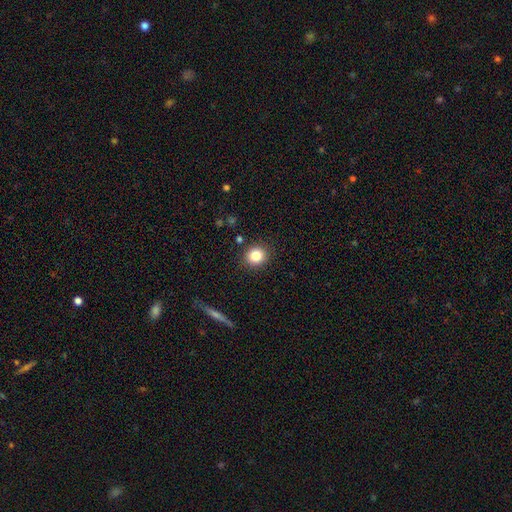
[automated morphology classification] smooth_or_featured: smooth (p=0.82) [alt: star or artifact p=0.11]
how_rounded: round (p=0.83) [alt: in between p=0.16]
merging: none (p=0.89) [alt: minor disturbance p=0.07]